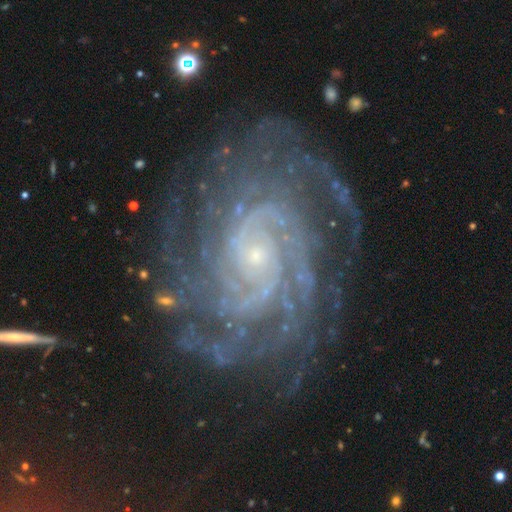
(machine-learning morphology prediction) Smooth or featured? Predicted: featured or disk (p=0.92). Edge-on disk? Predicted: no (p=0.98). Bar? Predicted: no (p=0.70). Spiral arms? Predicted: yes (p=0.99). Spiral winding? Predicted: tight (p=0.77). Spiral arm count? Predicted: more than 4 (p=0.21). Bulge size? Predicted: small (p=0.85). Merging? Predicted: none (p=0.75).